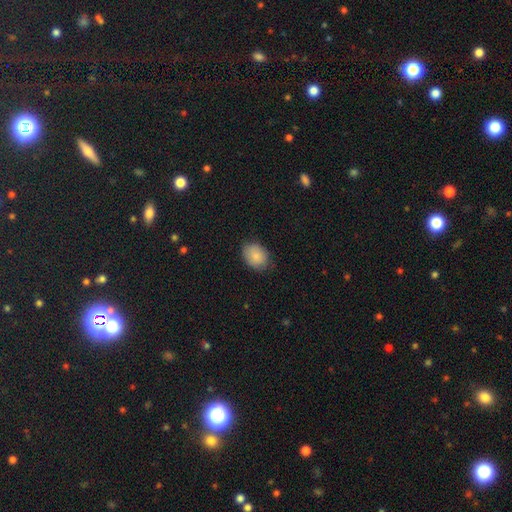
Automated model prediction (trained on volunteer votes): Overall: smooth (85%). How rounded: in between (67%; round 32%). Merging: none (76%).